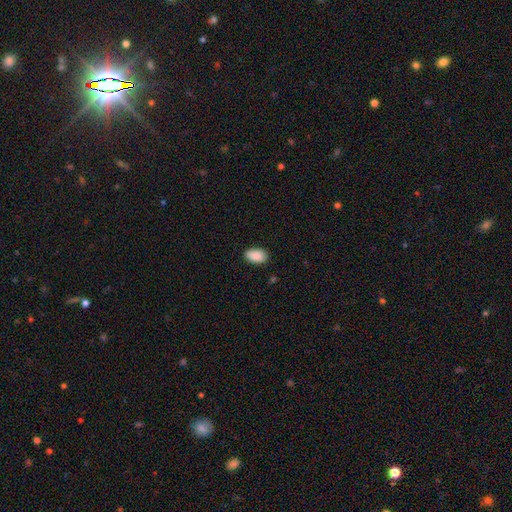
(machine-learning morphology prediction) A smooth galaxy with no disk features (90%) that is in between round and cigar-shaped (93%). Merging: none (85%).